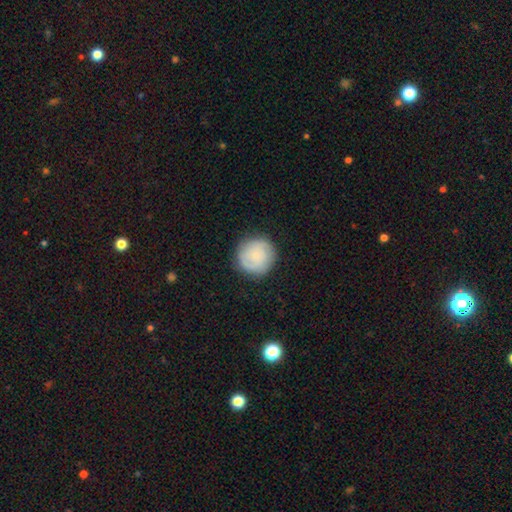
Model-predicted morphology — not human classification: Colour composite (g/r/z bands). It shows a smooth galaxy with no disk features (60%) that is round (94%). Merging: none (84%).